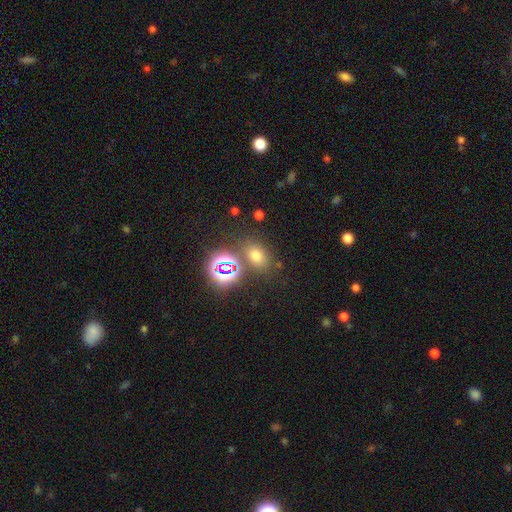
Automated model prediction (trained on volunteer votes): Smooth or featured?
  - smooth: 61% *
  - star or artifact: 30%
  - featured or disk: 9%
How rounded?
  - in between: 64% *
  - round: 34%
  - cigar-shaped: 2%
Merging?
  - none: 74% *
  - minor disturbance: 11%
  - merger: 10%
  - major disturbance: 5%